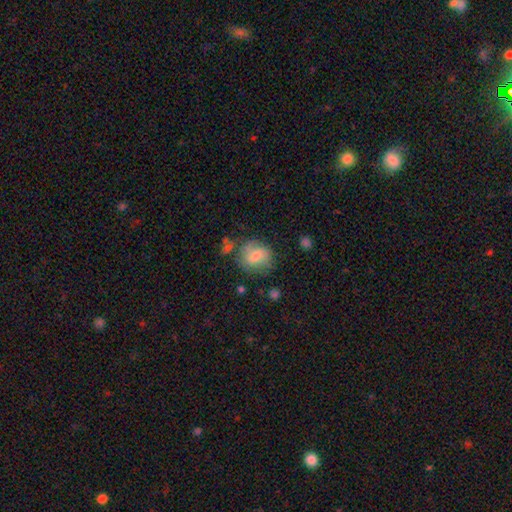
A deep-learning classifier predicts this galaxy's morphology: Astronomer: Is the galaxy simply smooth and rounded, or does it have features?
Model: smooth — 65%.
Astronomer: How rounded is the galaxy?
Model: round — 68%.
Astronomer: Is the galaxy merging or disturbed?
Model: none — 62%.